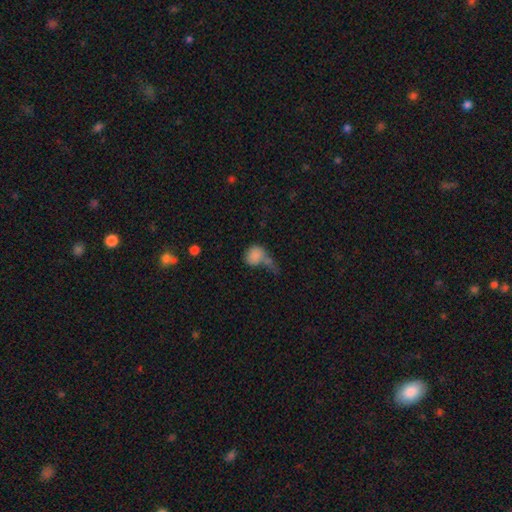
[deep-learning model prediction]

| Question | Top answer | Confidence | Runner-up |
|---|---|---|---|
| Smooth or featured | smooth | 79% | featured or disk (11%) |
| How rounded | round | 58% | in between (40%) |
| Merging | major disturbance | 33% | merger (29%) |